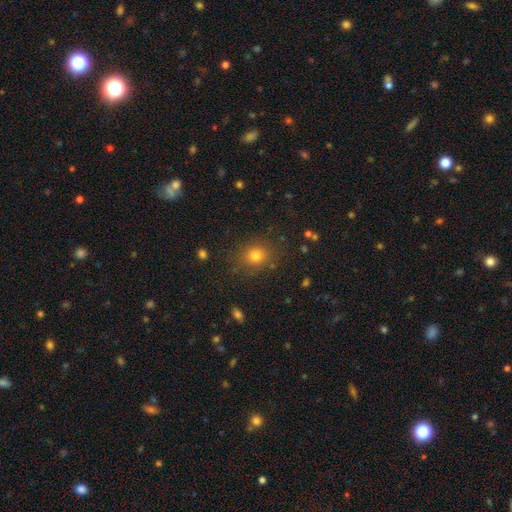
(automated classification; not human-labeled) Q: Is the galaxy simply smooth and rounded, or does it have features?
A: smooth — 77%.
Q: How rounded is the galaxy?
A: round — 76%.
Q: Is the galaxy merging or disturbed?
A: none — 84%.